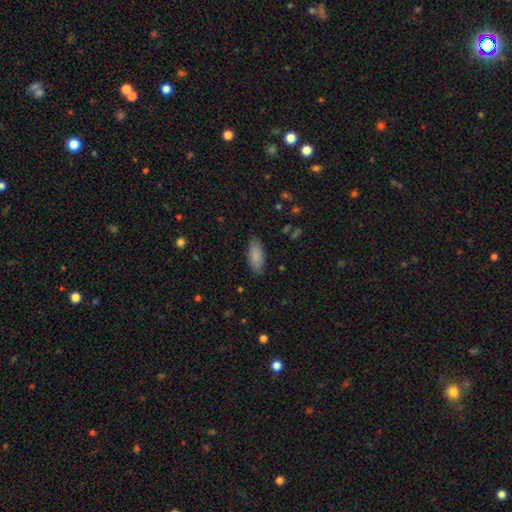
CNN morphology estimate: Smooth or featured? smooth (87%)
How rounded? in between (87%)
Merging? none (86%)